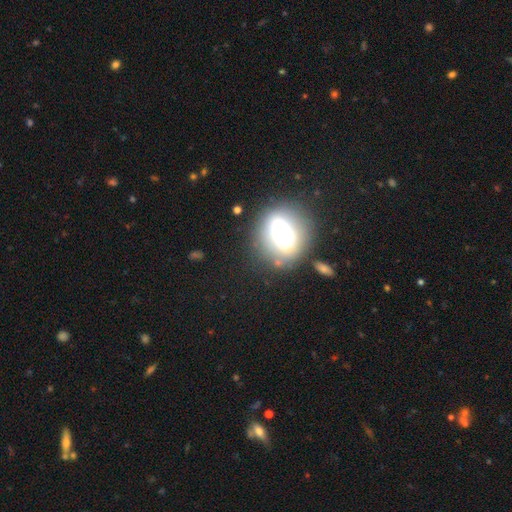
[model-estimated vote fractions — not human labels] smooth 49%, featured or disk 34%, star or artifact 17%. Down the decision tree: merging — none (76%).